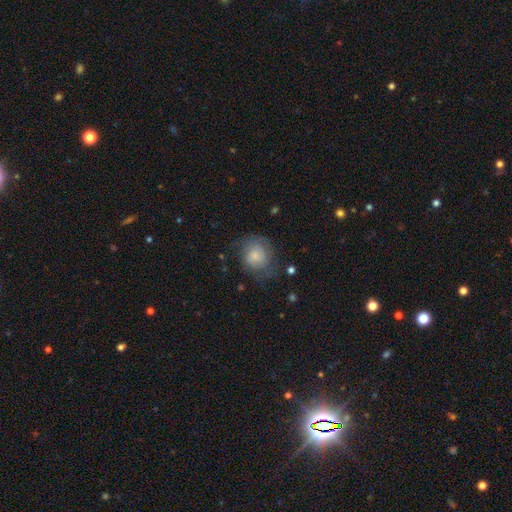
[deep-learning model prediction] Smooth or featured? smooth (69%)
How rounded? round (76%)
Merging? none (57%)